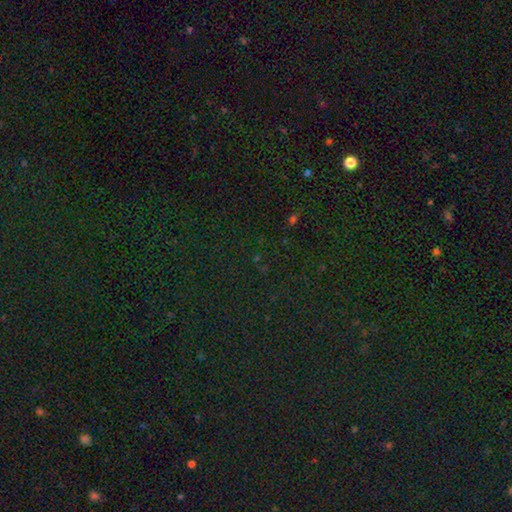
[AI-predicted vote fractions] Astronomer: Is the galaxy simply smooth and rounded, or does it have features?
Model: star or artifact — 81%.